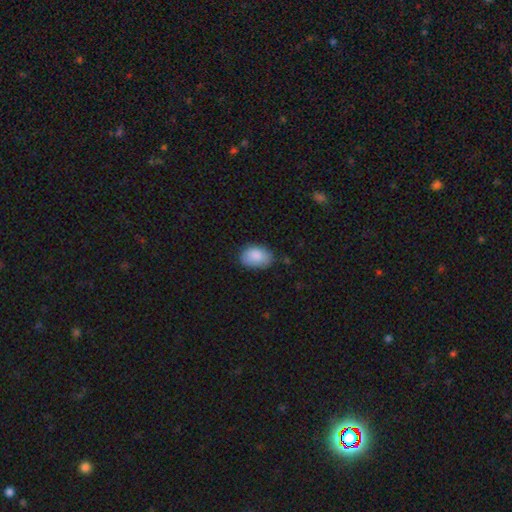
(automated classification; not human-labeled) Smooth or featured? smooth (87%)
How rounded? in between (85%)
Merging? none (71%)